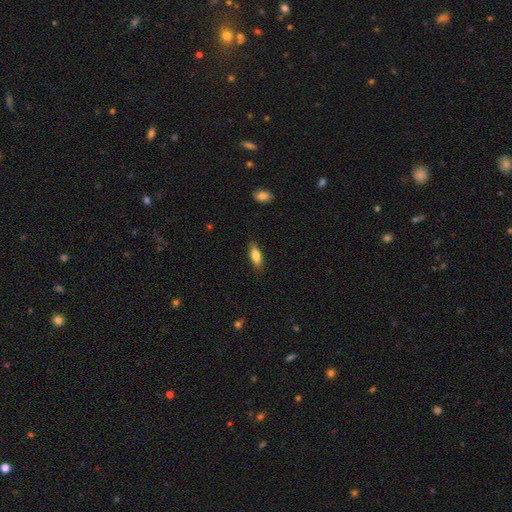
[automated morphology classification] smooth-or-featured: smooth: 74% | featured or disk: 20% | star or artifact: 6%
  how-rounded: in between: 63% | cigar-shaped: 35% | round: 2%
  merging: none: 86% | minor disturbance: 11% | major disturbance: 2% | merger: 1%